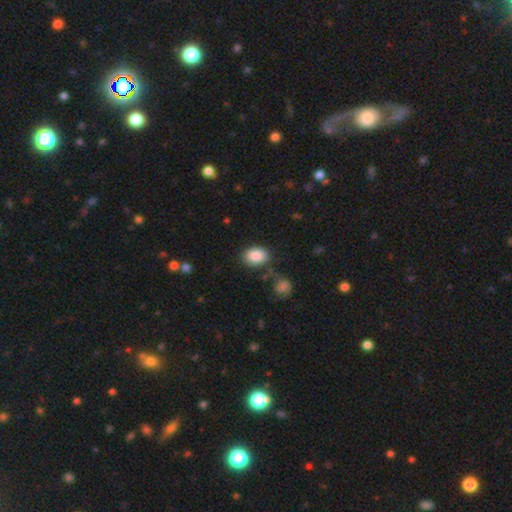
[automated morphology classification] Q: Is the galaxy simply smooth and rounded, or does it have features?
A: smooth — 87%.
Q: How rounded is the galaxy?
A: in between — 75%.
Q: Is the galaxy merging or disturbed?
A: none — 76%.